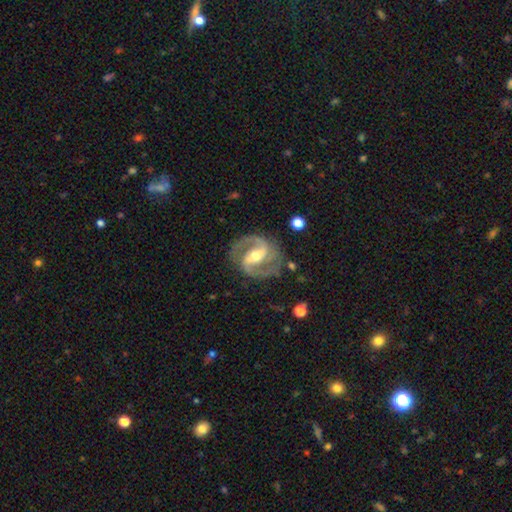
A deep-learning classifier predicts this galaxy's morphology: Smooth or featured?
  - featured or disk: 91% *
  - star or artifact: 5%
  - smooth: 4%
Edge-on disk?
  - no: 98% *
  - yes: 2%
Bar?
  - strong: 51% *
  - weak: 36%
  - no: 13%
Spiral arms?
  - yes: 98% *
  - no: 2%
Spiral winding?
  - medium: 61% *
  - tight: 24%
  - loose: 15%
Spiral arm count?
  - 2: 91% *
  - 3: 3%
  - can't tell: 2%
  - 1: 1%
  - 4: 1%
  - more than 4: 1%
Bulge size?
  - moderate: 63% *
  - small: 31%
  - large: 4%
  - none: 1%
  - dominant: 1%
Merging?
  - none: 79% *
  - minor disturbance: 13%
  - major disturbance: 6%
  - merger: 2%